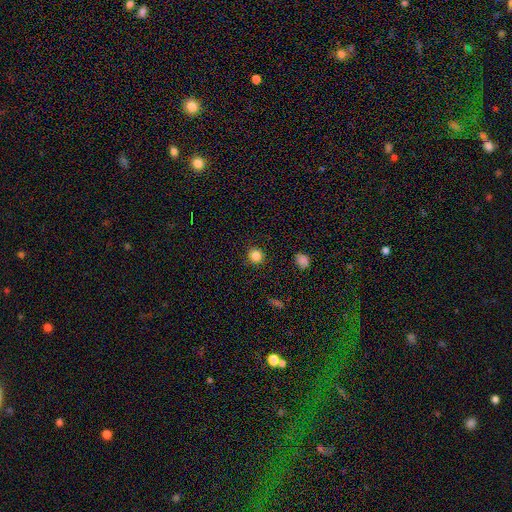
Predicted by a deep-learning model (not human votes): A smooth galaxy with no disk features (84%) that is round (90%).

Vote fractions:
- Smooth or featured? smooth: 84% / star or artifact: 12% / featured or disk: 4%
- How rounded? round: 90% / in between: 9% / cigar-shaped: 1%
- Merging? none: 90% / minor disturbance: 7% / major disturbance: 2% / merger: 1%